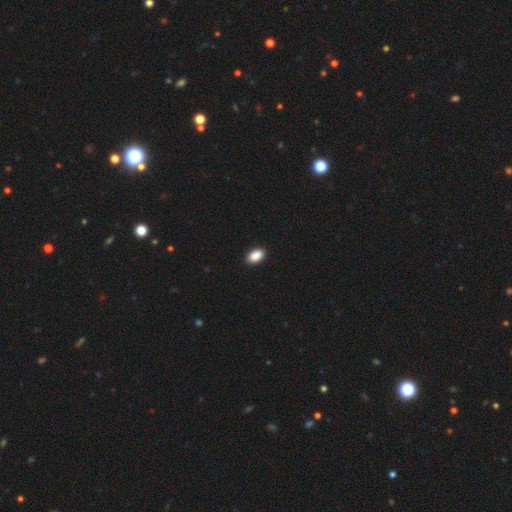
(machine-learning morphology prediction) Q: Smooth or featured?
A: smooth (90%); runner-up: star or artifact (8%)
Q: How rounded?
A: in between (90%); runner-up: round (8%)
Q: Merging?
A: none (91%); runner-up: minor disturbance (7%)